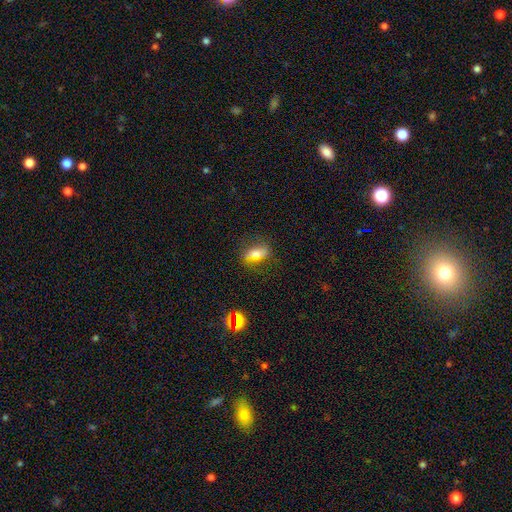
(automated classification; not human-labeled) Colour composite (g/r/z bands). It shows a smooth galaxy with no disk features (57%) that is in between round and cigar-shaped (63%). Merging: none (78%).